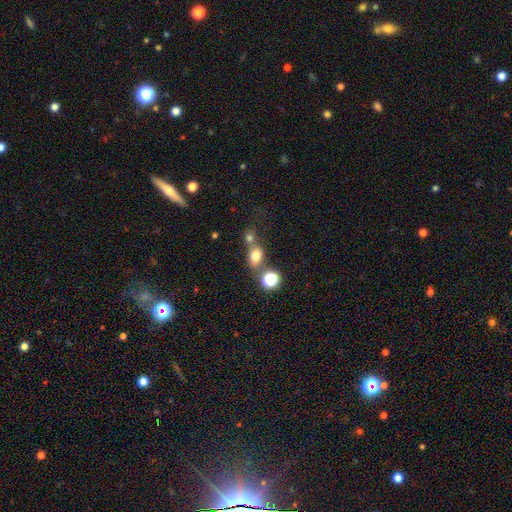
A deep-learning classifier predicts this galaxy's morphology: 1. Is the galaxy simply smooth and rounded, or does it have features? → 73% smooth, 16% star or artifact, 11% featured or disk.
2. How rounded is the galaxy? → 50% in between, 48% round, 2% cigar-shaped.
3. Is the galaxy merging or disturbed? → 46% none, 35% merger, 12% minor disturbance, 6% major disturbance.